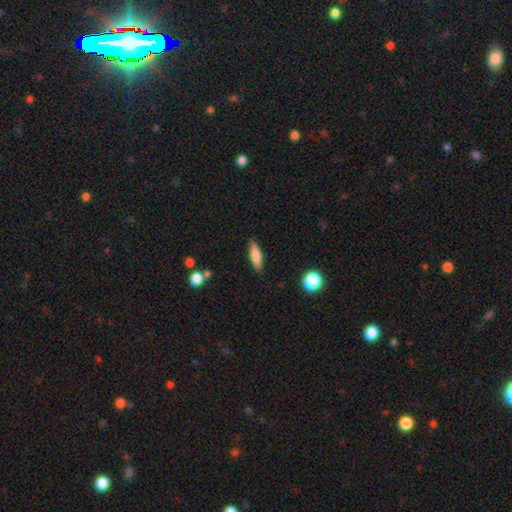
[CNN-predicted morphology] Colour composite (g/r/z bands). It shows a smooth galaxy with no disk features (78%) that is cigar-shaped (51%). Merging: none (86%).